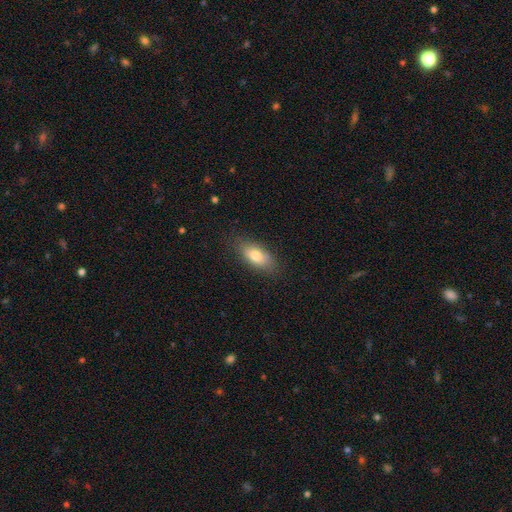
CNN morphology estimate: A smooth galaxy with no disk features (76%) that is in between round and cigar-shaped (84%).

Vote fractions:
- Smooth or featured? smooth: 76% / featured or disk: 16% / star or artifact: 8%
- How rounded? in between: 84% / cigar-shaped: 12% / round: 5%
- Merging? none: 81% / minor disturbance: 14% / major disturbance: 4% / merger: 1%